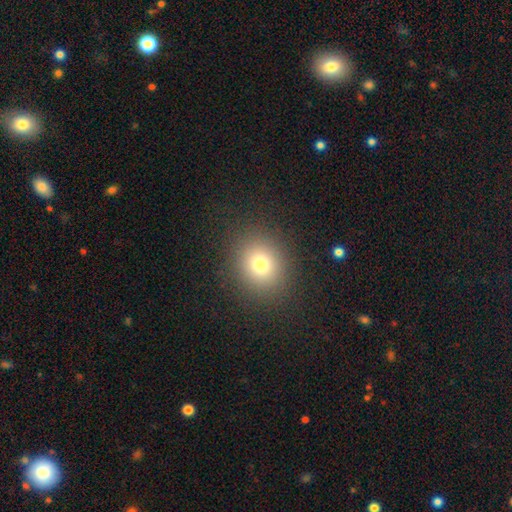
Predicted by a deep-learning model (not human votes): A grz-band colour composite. It shows a smooth galaxy with no disk features (73%) that is round (77%). Merging: none (91%).